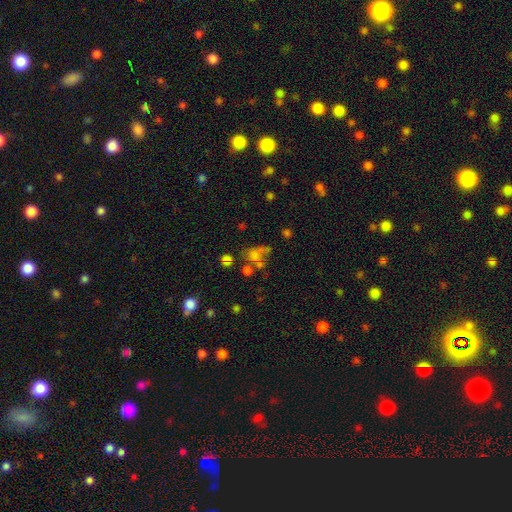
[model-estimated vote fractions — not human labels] Smooth or featured: smooth — 55% (star or artifact — 23%)
How rounded: in between — 49% (round — 48%)
Merging: none — 33% (tied with merger — 33%)